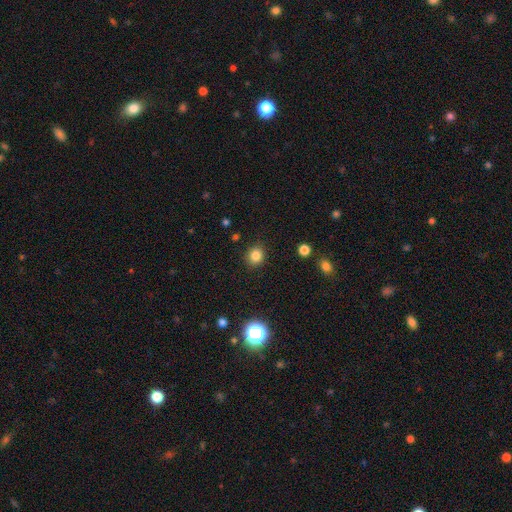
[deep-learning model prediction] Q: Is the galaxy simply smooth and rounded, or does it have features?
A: smooth — 82%.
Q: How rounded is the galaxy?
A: round — 77%.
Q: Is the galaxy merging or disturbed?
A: none — 88%.